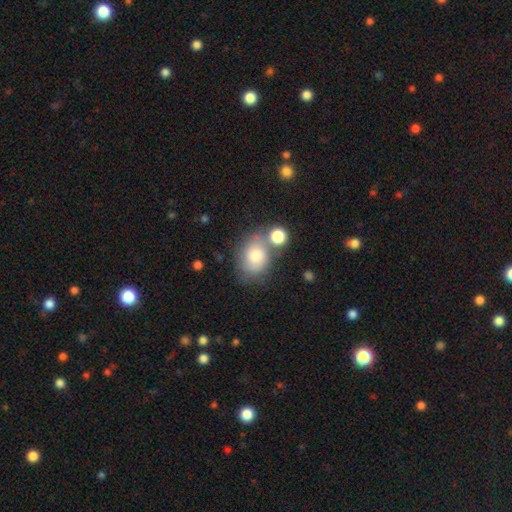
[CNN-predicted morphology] Smooth or featured? smooth (74%)
How rounded? in between (55%)
Merging? none (52%)